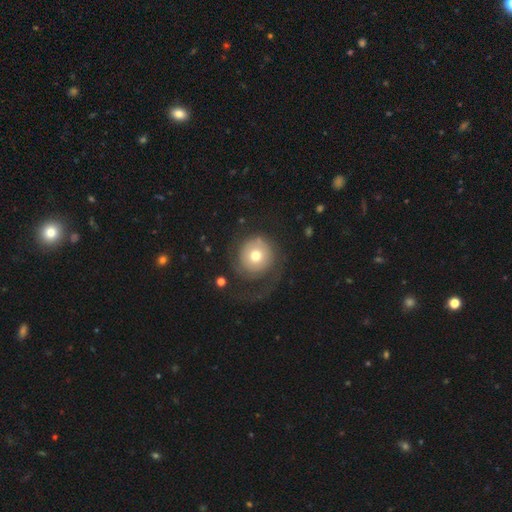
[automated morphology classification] Q: Smooth or featured?
A: smooth (55%); runner-up: featured or disk (37%)
Q: How rounded?
A: round (91%); runner-up: in between (8%)
Q: Merging?
A: none (51%); runner-up: major disturbance (32%)